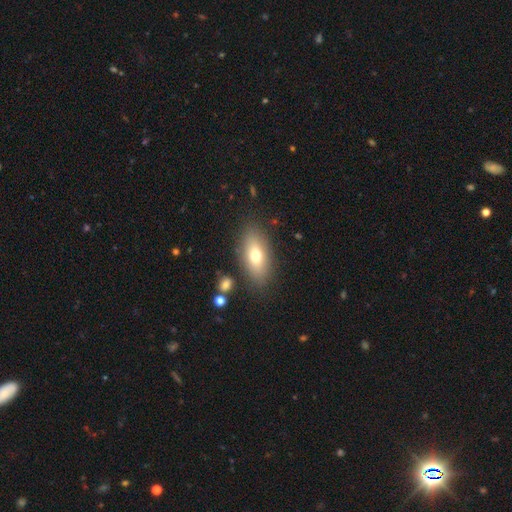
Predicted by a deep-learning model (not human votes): Q: Smooth or featured?
A: smooth (70%); runner-up: featured or disk (21%)
Q: How rounded?
A: in between (84%); runner-up: cigar-shaped (10%)
Q: Merging?
A: none (83%); runner-up: minor disturbance (11%)